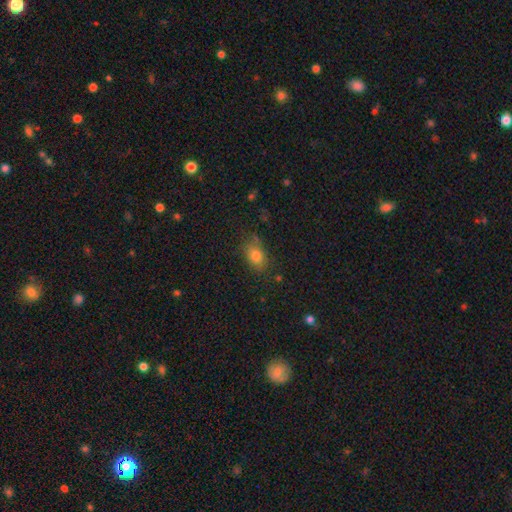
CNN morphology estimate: The model was most divided on "merging": none: 73%, minor disturbance: 19%, major disturbance: 6%, merger: 2%. More confident: how rounded — in between (81%); smooth or featured — smooth (80%).